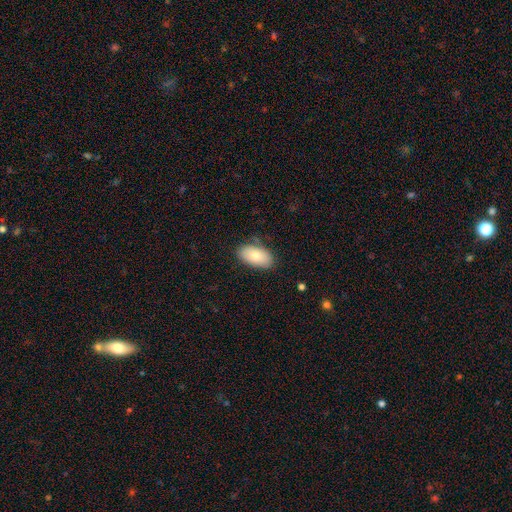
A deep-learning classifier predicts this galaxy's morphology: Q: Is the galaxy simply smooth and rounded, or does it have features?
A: smooth — 79%.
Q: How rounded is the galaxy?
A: in between — 95%.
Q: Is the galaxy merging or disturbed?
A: none — 82%.